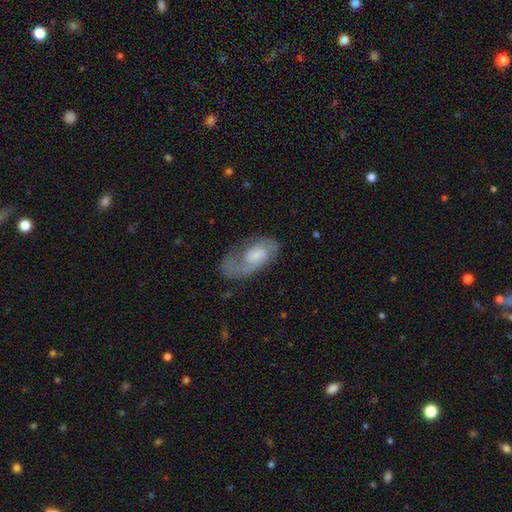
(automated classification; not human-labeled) smooth-or-featured: featured or disk: 77% | smooth: 17% | star or artifact: 6%
  disk-edge-on: no: 96% | yes: 4%
    bar: no: 54% | weak: 39% | strong: 7%
    has-spiral-arms: yes: 93% | no: 7%
      spiral-winding: medium: 47% | tight: 28% | loose: 25%
      spiral-arm-count: 2: 62% | 1: 26% | can't tell: 8% | 3: 2% | 4: 1% | more than 4: 1%
    bulge-size: small: 46% | moderate: 30% | none: 14% | large: 8% | dominant: 2%
  merging: none: 56% | minor disturbance: 21% | major disturbance: 21% | merger: 3%